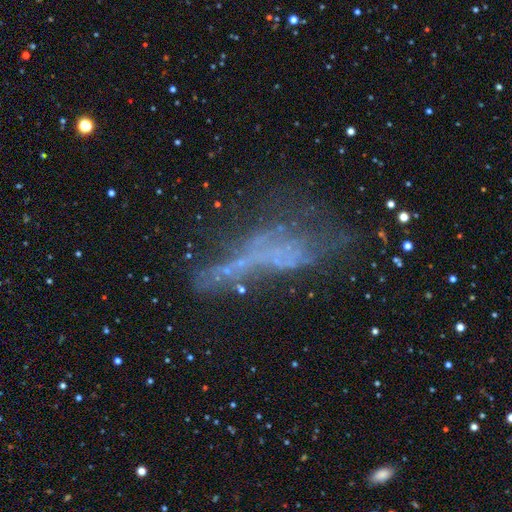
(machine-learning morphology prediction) smooth-or-featured: featured or disk: 47% | star or artifact: 28% | smooth: 25%
  merging: major disturbance: 35% | none: 33% | minor disturbance: 17% | merger: 14%